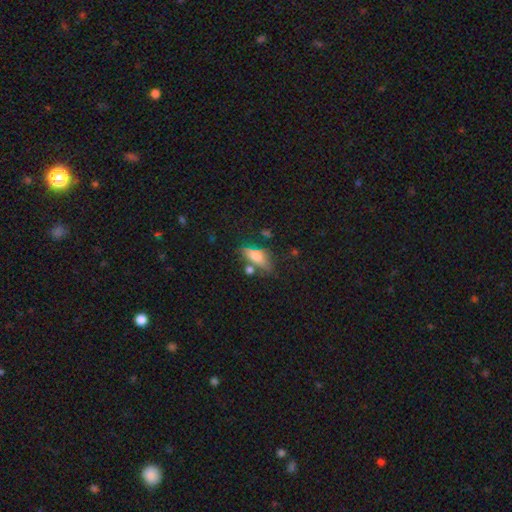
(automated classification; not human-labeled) smooth-or-featured: smooth: 62% | featured or disk: 27% | star or artifact: 10%
  how-rounded: in between: 65% | cigar-shaped: 30% | round: 5%
  merging: none: 55% | minor disturbance: 21% | merger: 15% | major disturbance: 9%